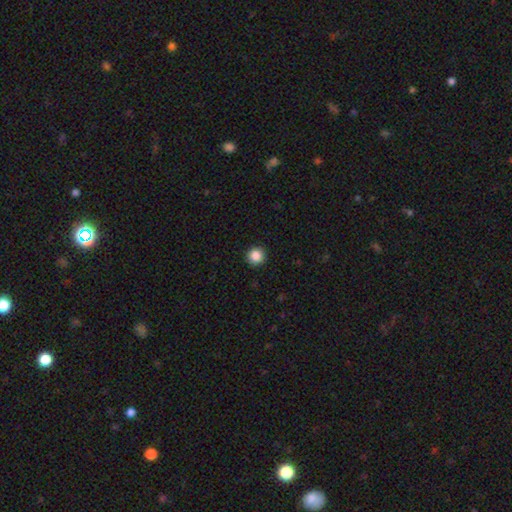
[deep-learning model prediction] Smooth or featured? smooth (87%)
How rounded? round (95%)
Merging? none (92%)